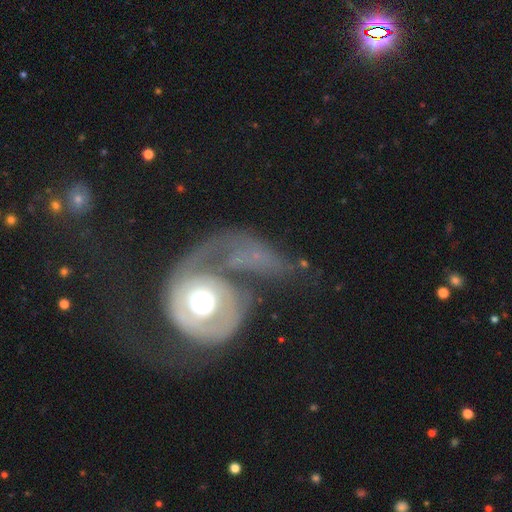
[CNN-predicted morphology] Overall: featured or disk (70%). Edge-on disk: no (96%). Bar: no (78%). Spiral arms: yes (68%; no 32%). Bulge size: moderate (60%; large 24%). Merging: major disturbance (41%; merger 25%).